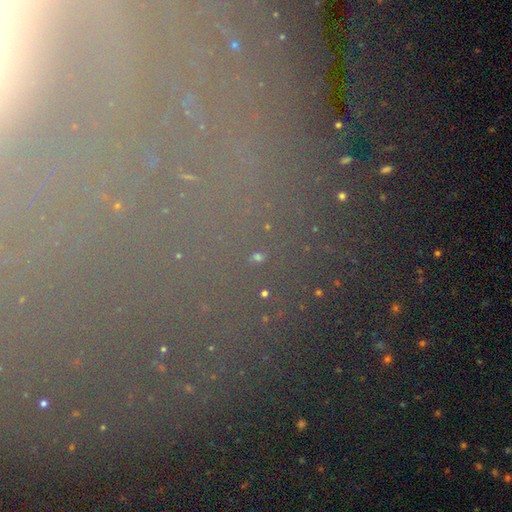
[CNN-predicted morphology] Smooth or featured? star or artifact (77%)